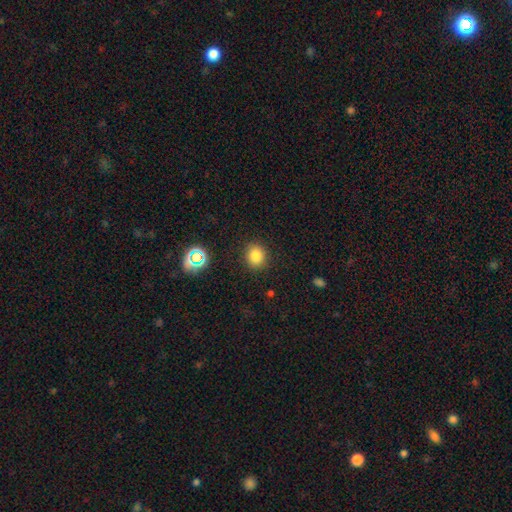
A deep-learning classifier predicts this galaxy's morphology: Smooth or featured: smooth — 80% (star or artifact — 14%)
How rounded: round — 78% (in between — 21%)
Merging: none — 87% (minor disturbance — 8%)